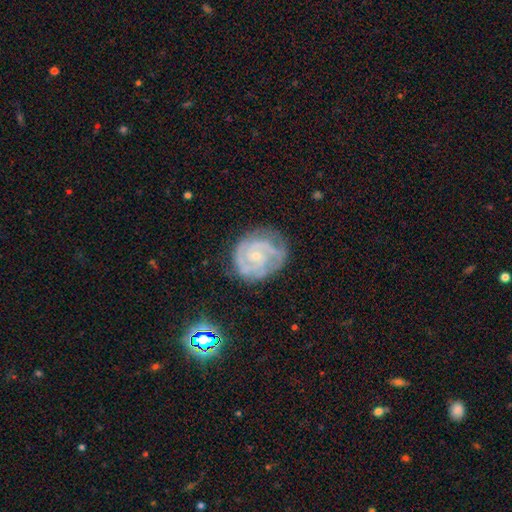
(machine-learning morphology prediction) type=featured or disk (83%); edge-on=no (98%); bar=no (70%); spiral arms=yes (94%); winding=tight (63%); arm count=2 (43%); bulge=small (77%); merging=none (68%).